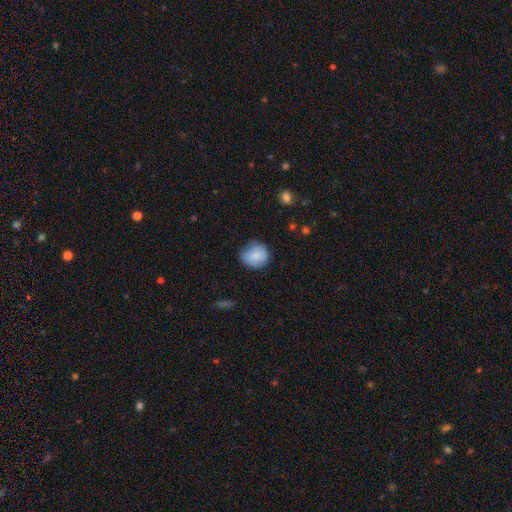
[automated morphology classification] Smooth or featured? smooth (85%)
How rounded? round (80%)
Merging? none (72%)